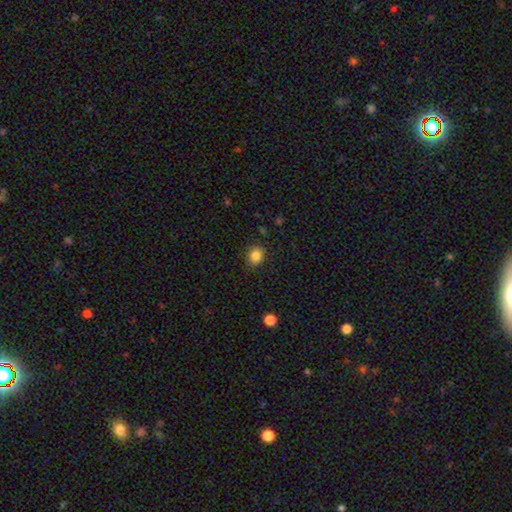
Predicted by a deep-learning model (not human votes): Smooth or featured: smooth — 85% (star or artifact — 10%)
How rounded: round — 61% (in between — 38%)
Merging: none — 85% (minor disturbance — 11%)